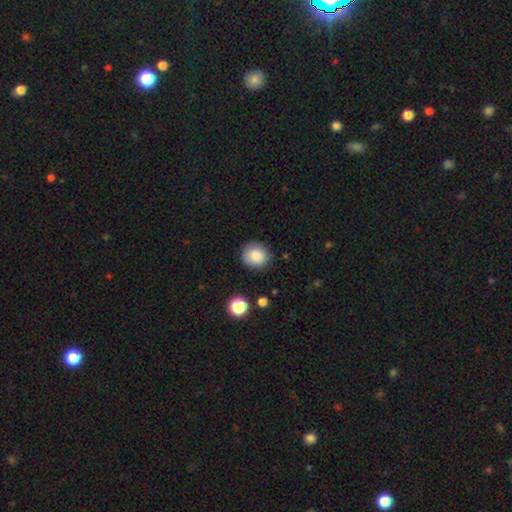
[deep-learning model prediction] The model was most divided on "how rounded": round: 84%, in between: 15%, cigar-shaped: 1%. More confident: smooth or featured — smooth (84%); merging — none (84%).